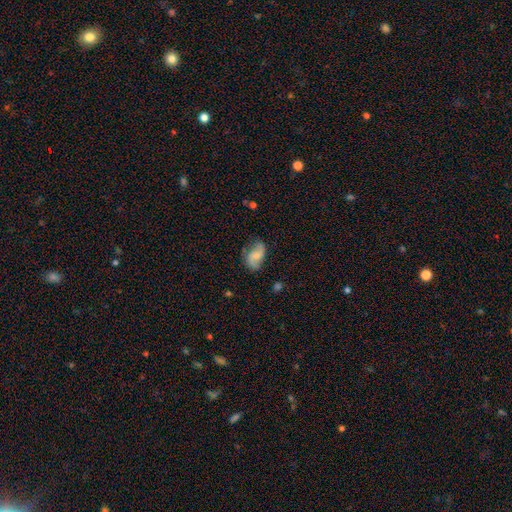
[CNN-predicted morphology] smooth-or-featured: featured or disk: 57% | smooth: 35% | star or artifact: 8%
  disk-edge-on: no: 97% | yes: 3%
    bar: no: 49% | weak: 40% | strong: 11%
    has-spiral-arms: yes: 89% | no: 11%
    bulge-size: small: 44% | moderate: 29% | none: 22% | large: 3% | dominant: 1%
  merging: none: 65% | minor disturbance: 24% | major disturbance: 9% | merger: 2%